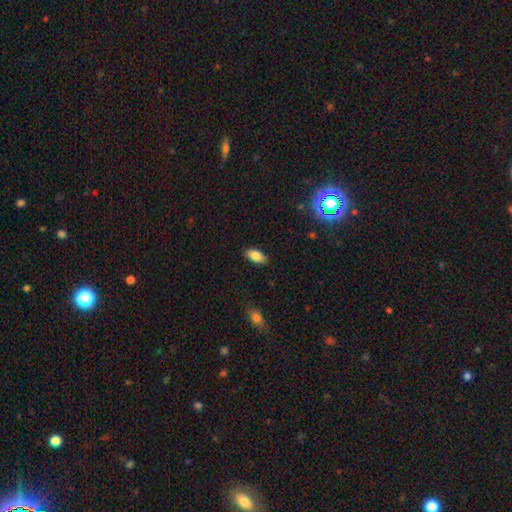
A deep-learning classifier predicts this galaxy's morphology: smooth_or_featured: smooth (p=0.82) [alt: featured or disk p=0.09]
how_rounded: in between (p=0.91) [alt: cigar-shaped p=0.06]
merging: none (p=0.87) [alt: minor disturbance p=0.09]